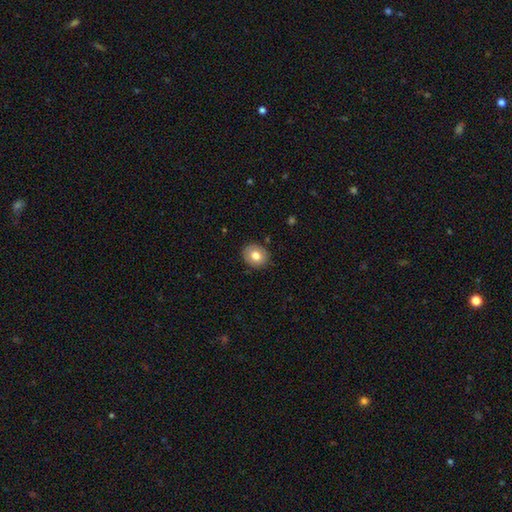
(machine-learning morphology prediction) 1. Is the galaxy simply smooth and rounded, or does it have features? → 78% smooth, 14% featured or disk, 8% star or artifact.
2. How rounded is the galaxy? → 68% round, 31% in between, 1% cigar-shaped.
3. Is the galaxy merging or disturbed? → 88% none, 9% minor disturbance, 2% major disturbance, 1% merger.